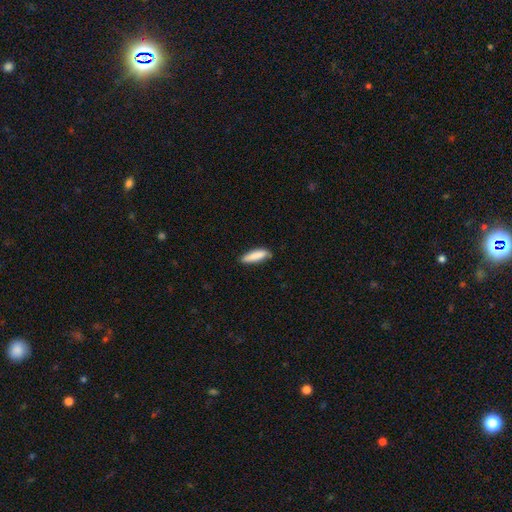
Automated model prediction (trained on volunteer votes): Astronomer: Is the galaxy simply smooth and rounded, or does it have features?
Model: smooth — 86%.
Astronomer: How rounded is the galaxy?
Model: cigar-shaped — 63%.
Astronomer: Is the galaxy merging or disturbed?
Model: none — 79%.